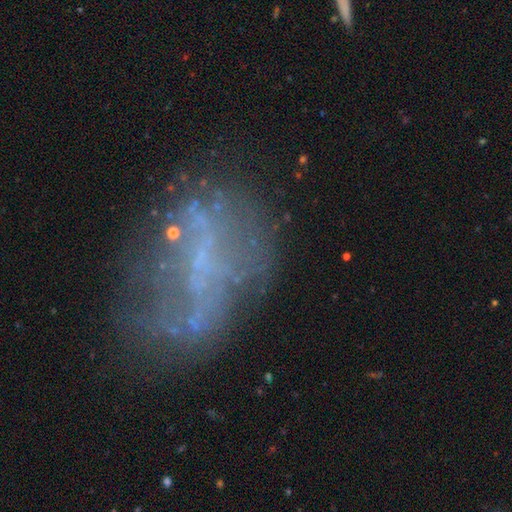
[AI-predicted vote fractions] Smooth or featured: featured or disk — 60% (smooth — 20%)
Edge-on disk: no — 96% (yes — 4%)
Bar: no — 68% (weak — 21%)
Spiral arms: no — 79% (yes — 21%)
Bulge size: none — 65% (small — 27%)
Merging: none — 50% (major disturbance — 25%)